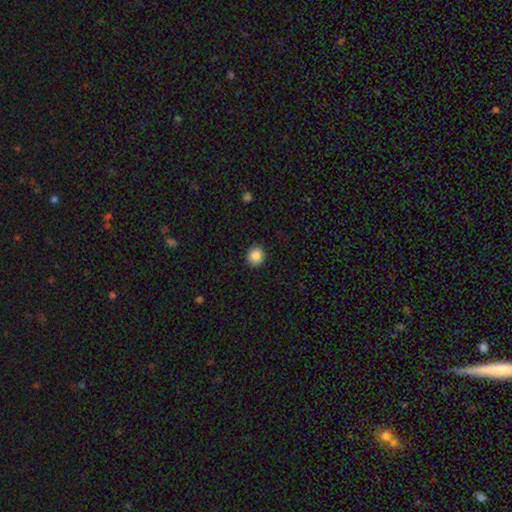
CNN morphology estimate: smooth-or-featured: smooth: 86% | star or artifact: 9% | featured or disk: 4%
  how-rounded: round: 87% | in between: 12% | cigar-shaped: 1%
  merging: none: 90% | minor disturbance: 7% | major disturbance: 2% | merger: 1%